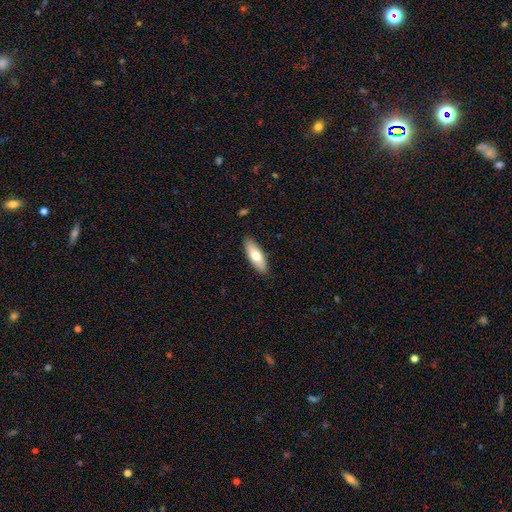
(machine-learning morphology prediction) This is likely a smooth galaxy (73%). How rounded: likely in between (63%). Merging: clearly none (88%).